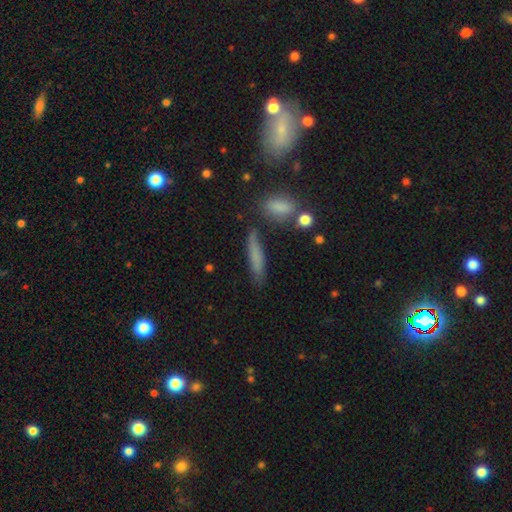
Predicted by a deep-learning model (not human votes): Smooth or featured? Predicted: smooth (p=0.72). How rounded? Predicted: cigar-shaped (p=0.85). Merging? Predicted: none (p=0.74).